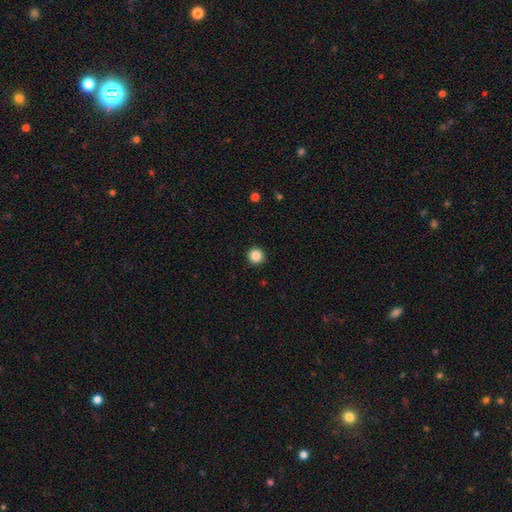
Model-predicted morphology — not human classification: smooth-or-featured: smooth: 86% | star or artifact: 10% | featured or disk: 3%
  how-rounded: round: 94% | in between: 5% | cigar-shaped: 1%
  merging: none: 92% | minor disturbance: 5% | major disturbance: 2% | merger: 1%